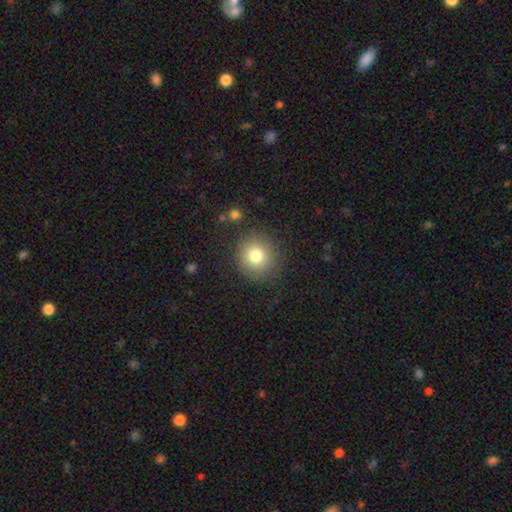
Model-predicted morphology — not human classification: Overall: smooth (79%). How rounded: round (91%). Merging: none (87%).